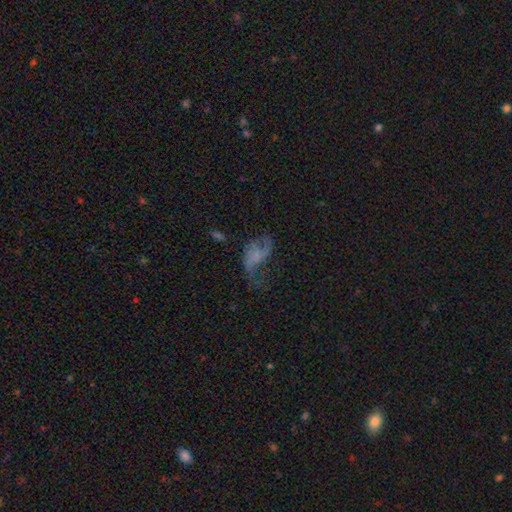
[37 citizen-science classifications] A featured or disk galaxy (73%) with no bar (62%), 1 (32%) loose (45%) spiral arms (85%) and no central bulge (73%). Merging: major disturbance (47%).